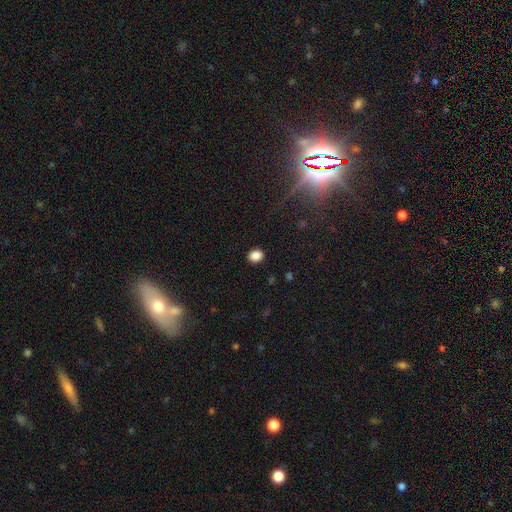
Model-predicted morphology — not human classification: Smooth or featured? smooth (86%)
How rounded? round (54%)
Merging? none (89%)